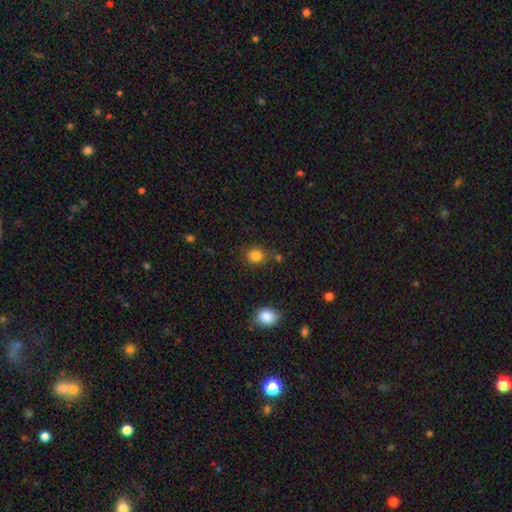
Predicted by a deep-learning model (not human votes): Smooth or featured: smooth — 82% (star or artifact — 12%)
How rounded: round — 77% (in between — 22%)
Merging: none — 78% (minor disturbance — 13%)